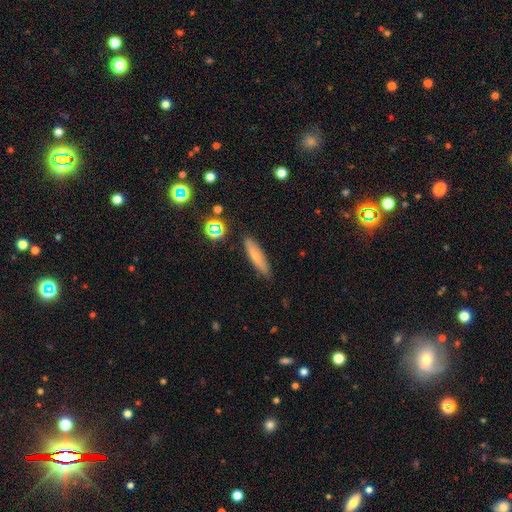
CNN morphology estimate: Overall: smooth (67%). How rounded: cigar-shaped (77%). Merging: none (85%).